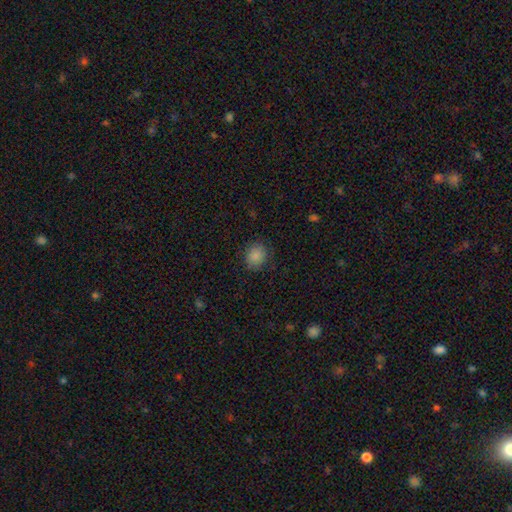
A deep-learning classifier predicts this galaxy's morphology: Overall: smooth (87%). How rounded: round (66%; in between 33%). Merging: none (85%).